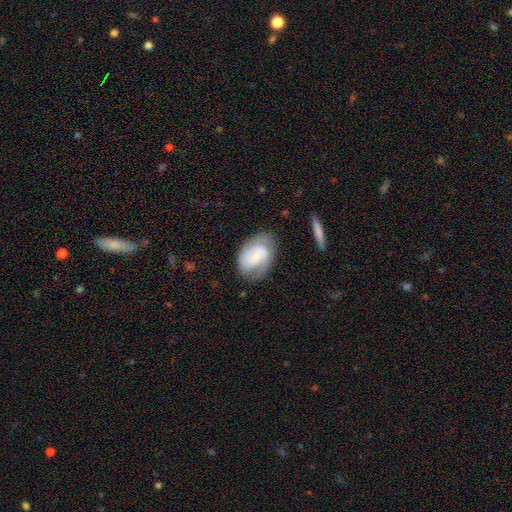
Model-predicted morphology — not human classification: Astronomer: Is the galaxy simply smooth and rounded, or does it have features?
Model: featured or disk — 63%.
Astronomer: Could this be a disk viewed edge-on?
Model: no — 96%.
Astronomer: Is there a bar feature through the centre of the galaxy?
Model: no — 51% (runner-up: weak, 37%).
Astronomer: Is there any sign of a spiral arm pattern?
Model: yes — 87%.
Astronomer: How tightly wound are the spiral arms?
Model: medium — 41%, tied with tight at 41%.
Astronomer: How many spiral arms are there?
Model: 2 — 64%.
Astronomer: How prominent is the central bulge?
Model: small — 66%.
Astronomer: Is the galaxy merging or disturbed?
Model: none — 65%.